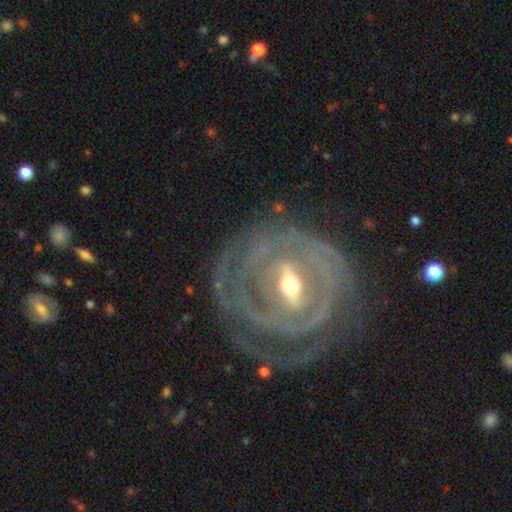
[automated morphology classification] This appears to be a featured or disk galaxy (88%) with a strong bar (53%), tight (80%) spiral arms (87%) and a moderate central bulge (57%). Merging: none (69%).